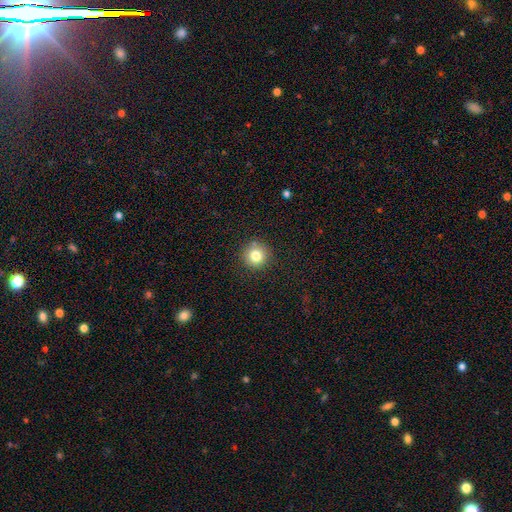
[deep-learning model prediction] smooth_or_featured: smooth (p=0.81) [alt: star or artifact p=0.12]
how_rounded: round (p=0.95) [alt: in between p=0.04]
merging: none (p=0.89) [alt: minor disturbance p=0.07]